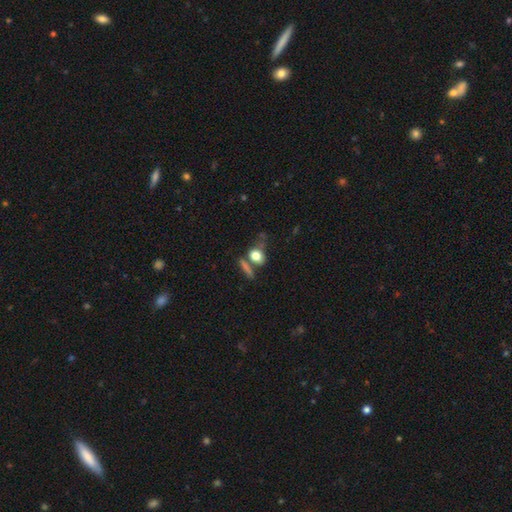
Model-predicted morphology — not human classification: This appears to be a smooth galaxy with no disk features (73%) that is in between round and cigar-shaped (47%). Merging: none (43%).